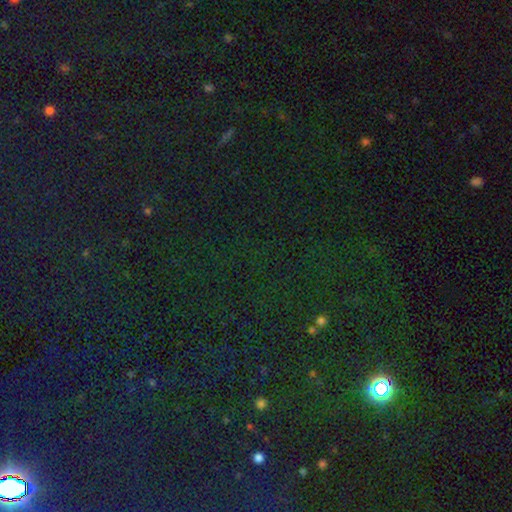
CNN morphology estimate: Smooth or featured?
  - star or artifact: 80% *
  - smooth: 13%
  - featured or disk: 7%